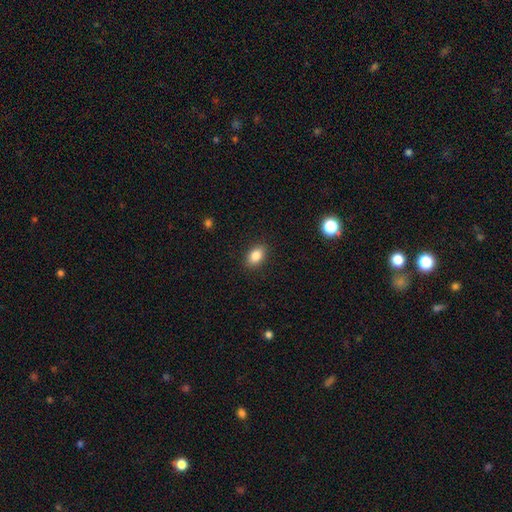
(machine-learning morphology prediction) smooth 84%, star or artifact 9%, featured or disk 7%. Down the decision tree: how rounded — in between (84%); merging — none (89%).